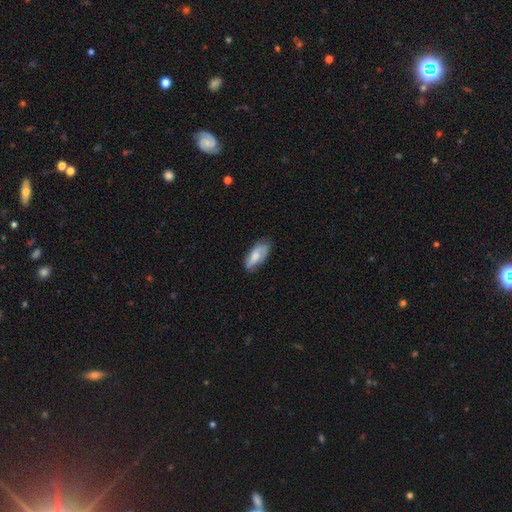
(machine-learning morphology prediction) Q: Smooth or featured?
A: smooth (64%); runner-up: featured or disk (30%)
Q: How rounded?
A: in between (82%); runner-up: cigar-shaped (15%)
Q: Merging?
A: none (68%); runner-up: minor disturbance (25%)